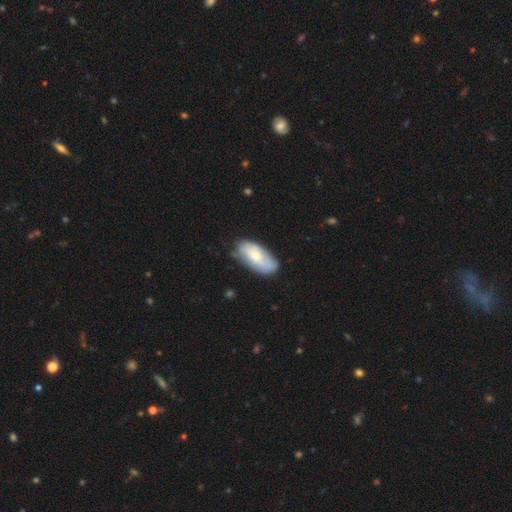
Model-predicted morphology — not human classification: Smooth or featured? smooth (63%)
How rounded? in between (91%)
Merging? none (65%)